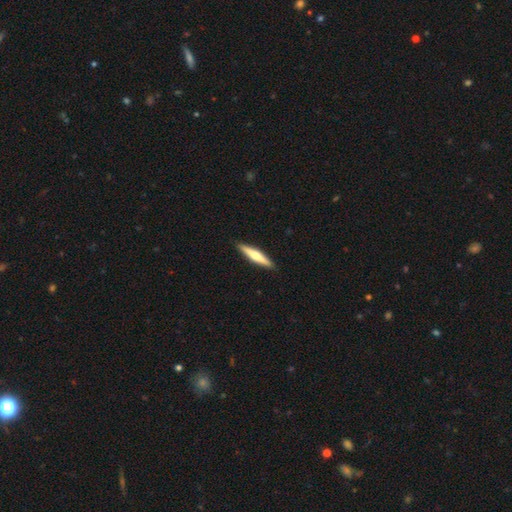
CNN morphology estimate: Q: Smooth or featured?
A: featured or disk (53%); runner-up: smooth (42%)
Q: Edge-on disk?
A: yes (96%); runner-up: no (4%)
Q: Edge-on bulge?
A: rounded (88%); runner-up: none (7%)
Q: Merging?
A: none (91%); runner-up: minor disturbance (6%)